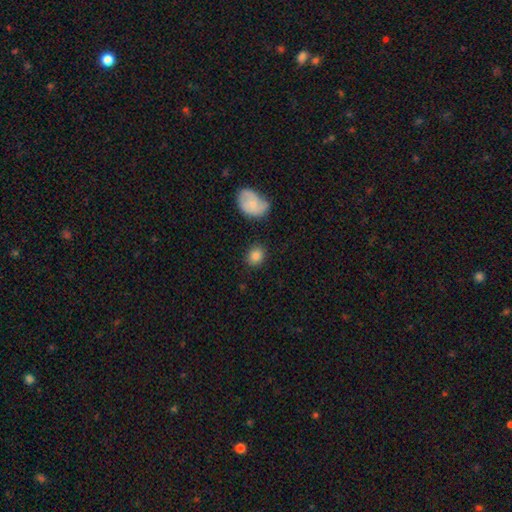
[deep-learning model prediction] Overall: smooth (83%). How rounded: round (61%; in between 38%). Merging: none (84%).